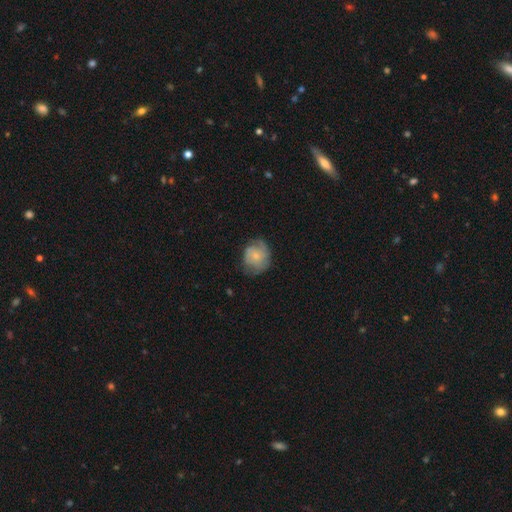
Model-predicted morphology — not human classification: Smooth or featured?
  - smooth: 51% *
  - featured or disk: 42%
  - star or artifact: 7%
How rounded?
  - round: 70% *
  - in between: 29%
  - cigar-shaped: 1%
Merging?
  - none: 59% *
  - minor disturbance: 28%
  - major disturbance: 12%
  - merger: 1%